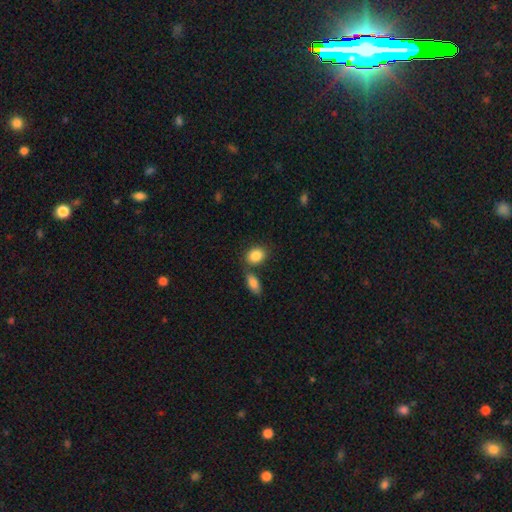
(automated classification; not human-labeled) Smooth or featured?
  - smooth: 86% *
  - star or artifact: 7%
  - featured or disk: 6%
How rounded?
  - in between: 60% *
  - round: 38%
  - cigar-shaped: 2%
Merging?
  - none: 66% *
  - merger: 20%
  - minor disturbance: 11%
  - major disturbance: 3%